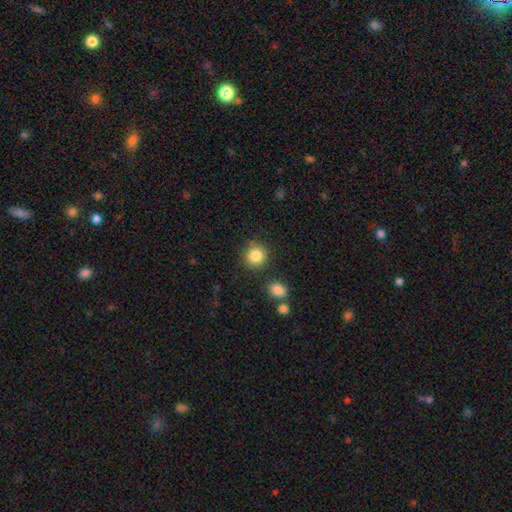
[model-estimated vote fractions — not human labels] Smooth or featured?
  - smooth: 85% *
  - star or artifact: 10%
  - featured or disk: 6%
How rounded?
  - round: 90% *
  - in between: 9%
  - cigar-shaped: 1%
Merging?
  - none: 82% *
  - minor disturbance: 10%
  - merger: 5%
  - major disturbance: 3%